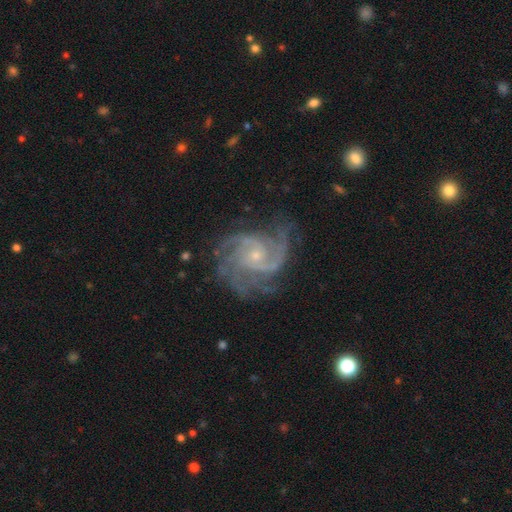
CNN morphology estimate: This appears to be a featured or disk galaxy (91%) with no bar (70%), 3 (33%) tight (47%) spiral arms (98%) and a small central bulge (77%). Merging: none (69%).